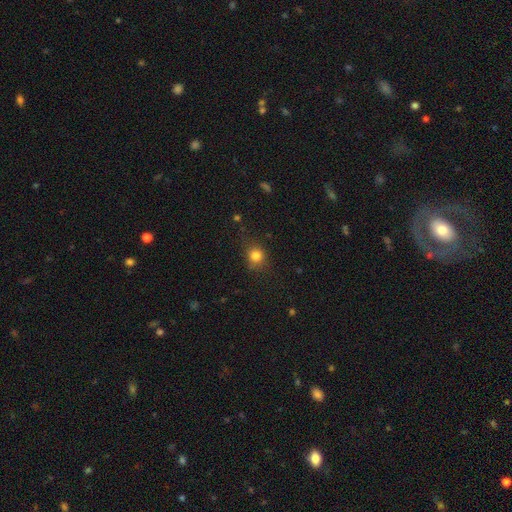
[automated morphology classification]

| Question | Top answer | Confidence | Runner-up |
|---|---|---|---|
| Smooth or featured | smooth | 81% | star or artifact (13%) |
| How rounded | round | 81% | in between (18%) |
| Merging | none | 73% | minor disturbance (19%) |